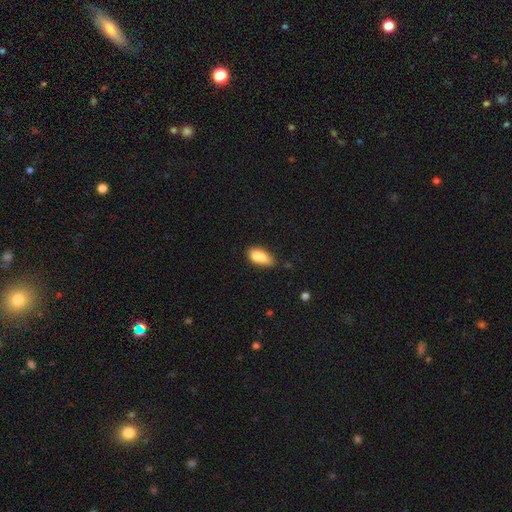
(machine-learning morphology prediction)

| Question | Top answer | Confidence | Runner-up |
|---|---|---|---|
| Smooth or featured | smooth | 82% | featured or disk (10%) |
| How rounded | in between | 84% | cigar-shaped (13%) |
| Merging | none | 53% | minor disturbance (30%) |